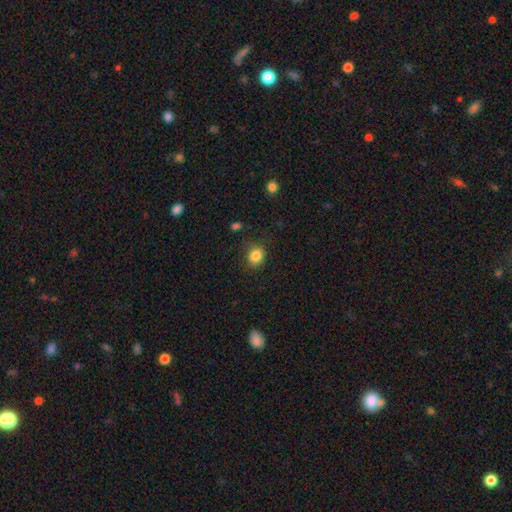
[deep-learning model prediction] smooth 84%, star or artifact 10%, featured or disk 6%. Down the decision tree: how rounded — round (67%); merging — none (75%).